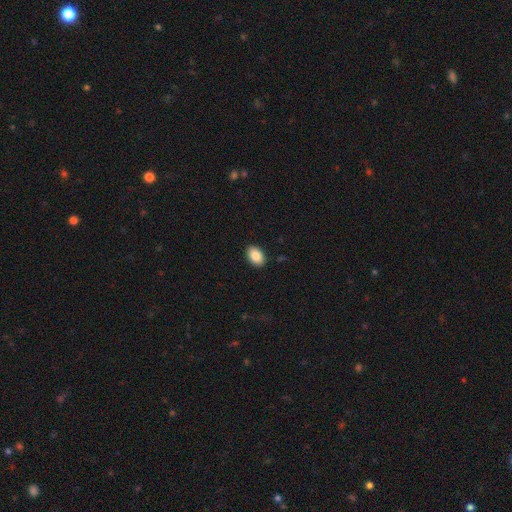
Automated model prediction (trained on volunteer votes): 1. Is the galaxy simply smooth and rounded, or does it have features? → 87% smooth, 7% star or artifact, 6% featured or disk.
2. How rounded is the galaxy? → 89% in between, 10% round, 1% cigar-shaped.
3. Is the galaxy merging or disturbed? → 90% none, 7% minor disturbance, 2% major disturbance, 1% merger.